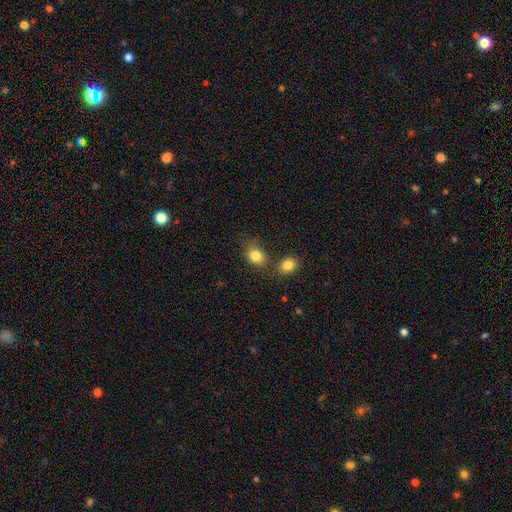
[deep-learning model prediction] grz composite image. It shows a smooth galaxy with no disk features (83%) that is in between round and cigar-shaped (55%). Merging: none (60%).